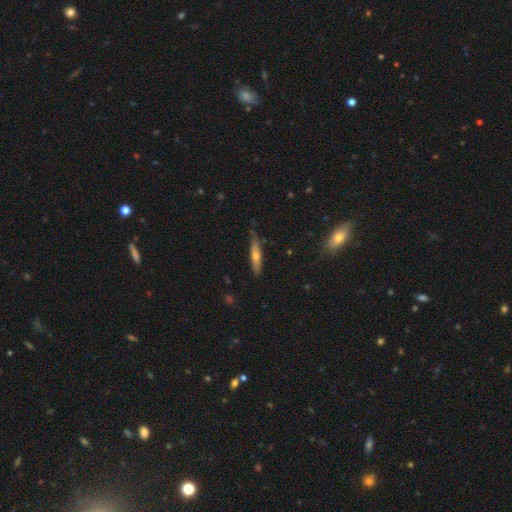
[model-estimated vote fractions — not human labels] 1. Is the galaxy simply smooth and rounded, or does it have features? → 53% smooth, 40% featured or disk, 7% star or artifact.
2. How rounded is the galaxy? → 84% cigar-shaped, 14% in between, 2% round.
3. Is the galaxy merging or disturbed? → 79% none, 16% minor disturbance, 3% major disturbance, 2% merger.